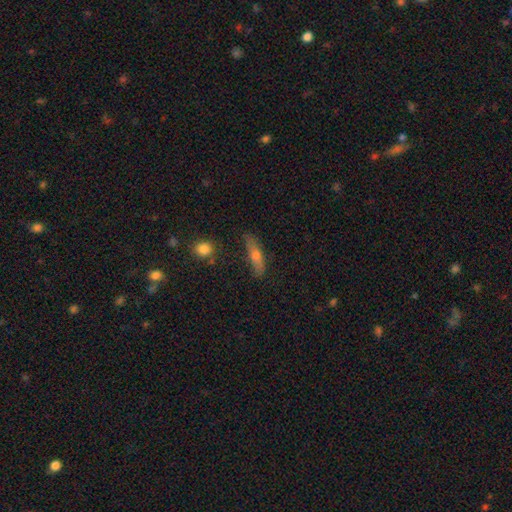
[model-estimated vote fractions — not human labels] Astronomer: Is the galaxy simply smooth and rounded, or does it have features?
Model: smooth — 53% (runner-up: featured or disk, 39%).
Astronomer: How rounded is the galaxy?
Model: cigar-shaped — 73%.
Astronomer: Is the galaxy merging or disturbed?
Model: none — 79%.